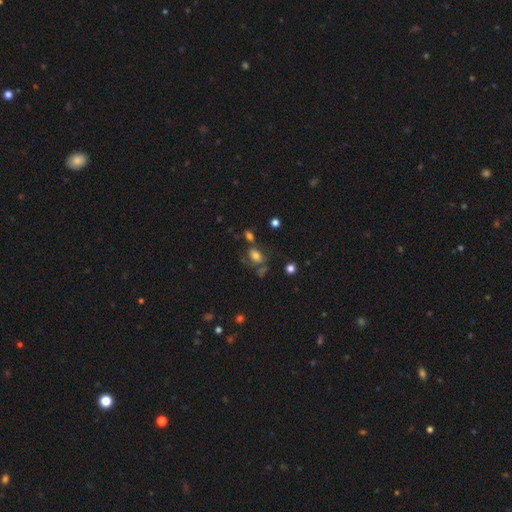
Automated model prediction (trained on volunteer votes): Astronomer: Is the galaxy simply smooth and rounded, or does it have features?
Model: smooth — 69%.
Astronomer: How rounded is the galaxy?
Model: in between — 79%.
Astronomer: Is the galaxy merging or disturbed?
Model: none — 47%.